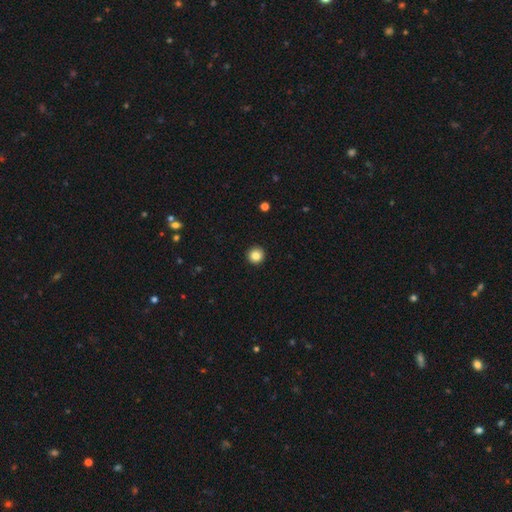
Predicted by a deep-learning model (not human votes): Morphology: type=smooth (85%); roundness=round (96%); merging=none (94%).